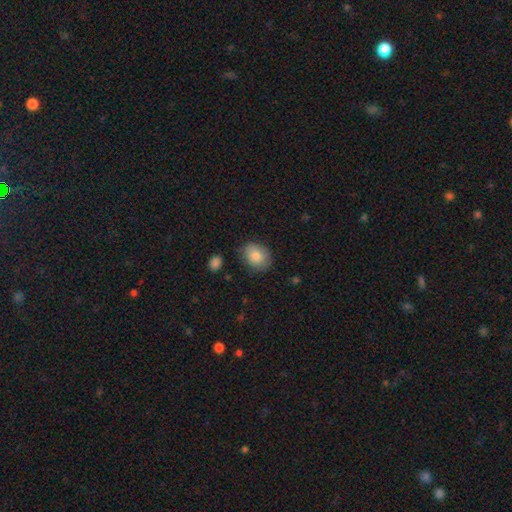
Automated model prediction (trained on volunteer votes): This appears to be a smooth galaxy with no disk features (83%) that is in between round and cigar-shaped (62%). Merging: none (76%).